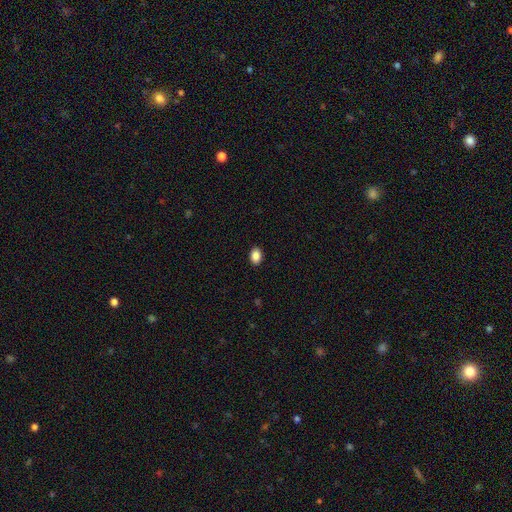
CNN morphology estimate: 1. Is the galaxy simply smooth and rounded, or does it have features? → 88% smooth, 8% star or artifact, 3% featured or disk.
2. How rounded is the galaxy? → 79% in between, 20% round, 1% cigar-shaped.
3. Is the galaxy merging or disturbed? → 91% none, 7% minor disturbance, 2% major disturbance, 1% merger.